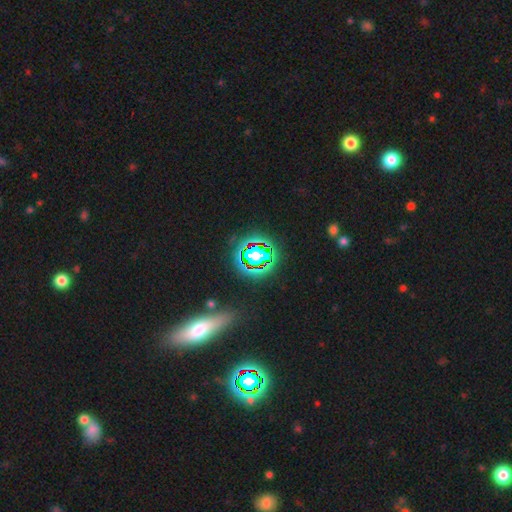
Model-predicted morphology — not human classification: A star or artifact, not a galaxy (65%).

Vote fractions:
- Smooth or featured? star or artifact: 65% / smooth: 21% / featured or disk: 14%